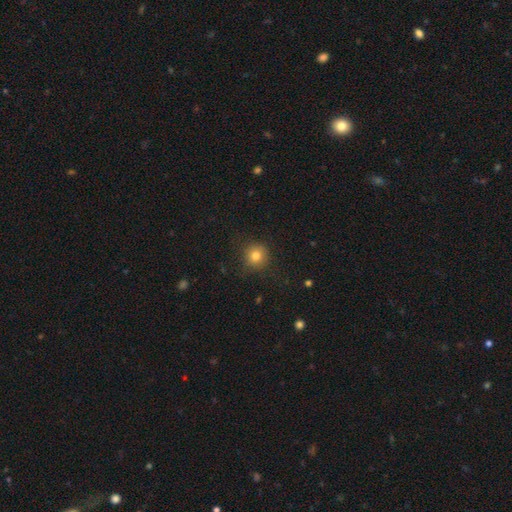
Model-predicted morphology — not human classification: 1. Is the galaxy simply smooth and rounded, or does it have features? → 81% smooth, 13% star or artifact, 7% featured or disk.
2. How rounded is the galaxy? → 91% round, 8% in between, 1% cigar-shaped.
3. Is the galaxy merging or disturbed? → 86% none, 9% minor disturbance, 3% major disturbance, 1% merger.